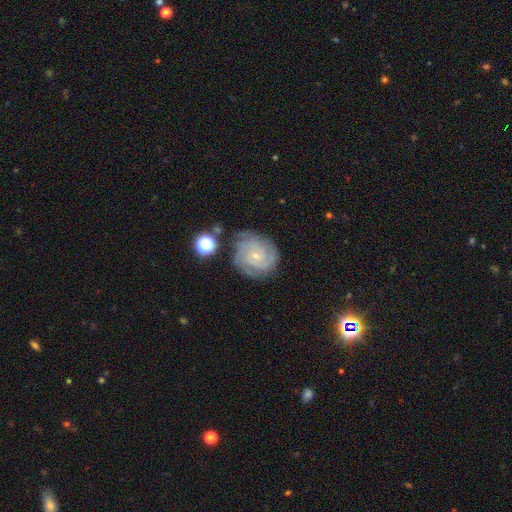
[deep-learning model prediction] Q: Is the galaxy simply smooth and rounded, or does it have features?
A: featured or disk — 83%.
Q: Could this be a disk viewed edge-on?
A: no — 98%.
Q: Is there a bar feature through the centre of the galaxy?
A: no — 72%.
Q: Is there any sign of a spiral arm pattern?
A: yes — 97%.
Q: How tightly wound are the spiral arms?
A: tight — 70%.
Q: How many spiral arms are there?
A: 3 — 32%.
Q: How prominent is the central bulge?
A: small — 82%.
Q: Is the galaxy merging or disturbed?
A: none — 72%.